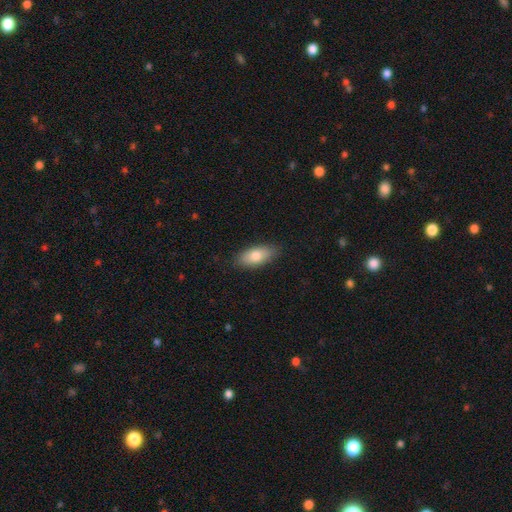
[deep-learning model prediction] smooth-or-featured: smooth: 79% | featured or disk: 15% | star or artifact: 6%
  how-rounded: in between: 82% | cigar-shaped: 16% | round: 3%
  merging: none: 86% | minor disturbance: 11% | major disturbance: 2% | merger: 1%